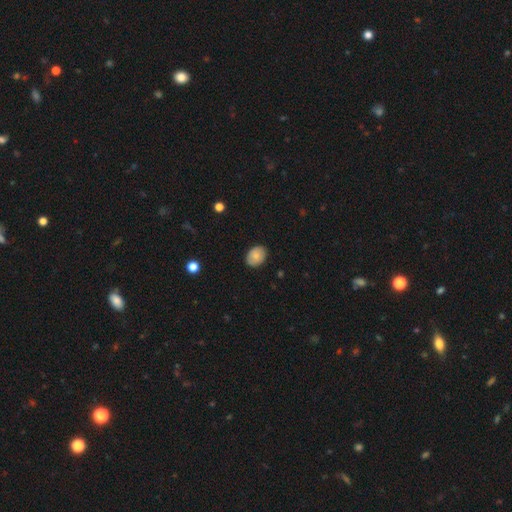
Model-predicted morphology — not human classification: smooth 76%, featured or disk 16%, star or artifact 7%. Down the decision tree: how rounded — in between (72%); merging — none (86%).